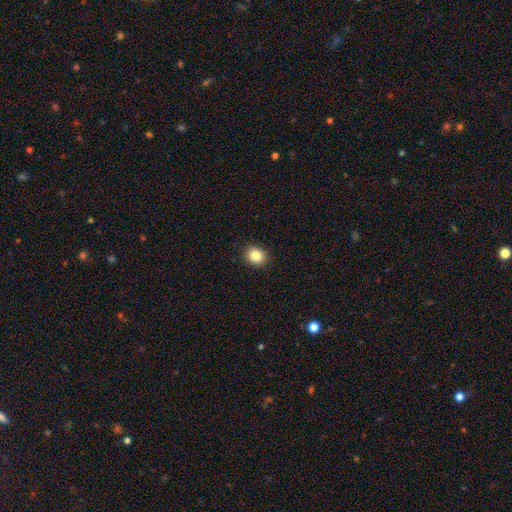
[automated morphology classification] This is clearly a smooth galaxy (84%). How rounded: likely round (72%). Merging: clearly none (92%).